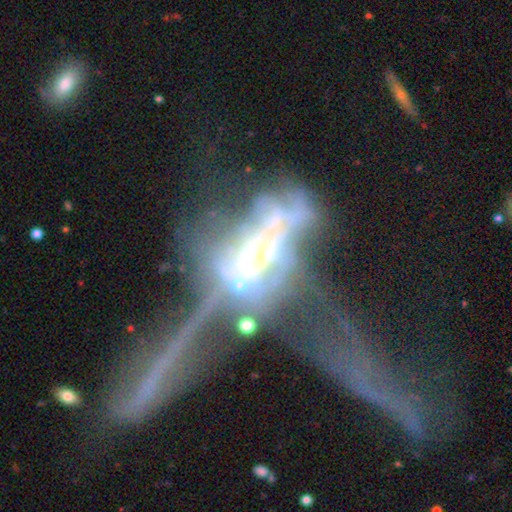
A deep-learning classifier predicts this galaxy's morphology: Smooth or featured?
  - featured or disk: 65% *
  - star or artifact: 19%
  - smooth: 16%
Edge-on disk?
  - no: 74% *
  - yes: 26%
Merging?
  - major disturbance: 43% *
  - merger: 39%
  - none: 11%
  - minor disturbance: 7%